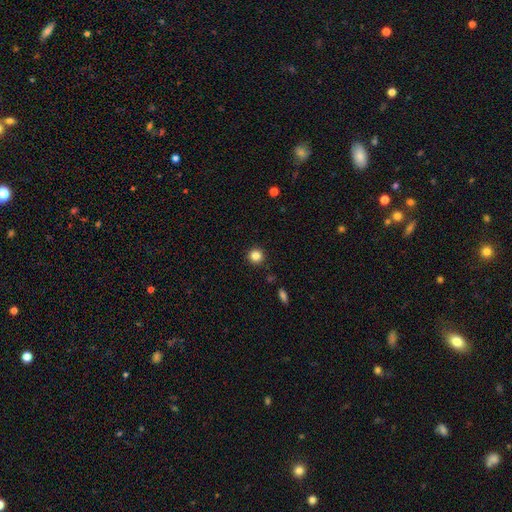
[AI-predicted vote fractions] Overall: smooth (84%). How rounded: round (95%). Merging: none (91%).